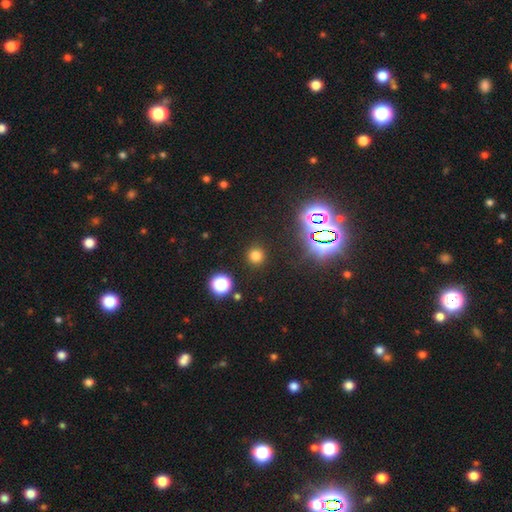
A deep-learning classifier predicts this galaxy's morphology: Smooth or featured? smooth (73%)
How rounded? round (94%)
Merging? none (91%)